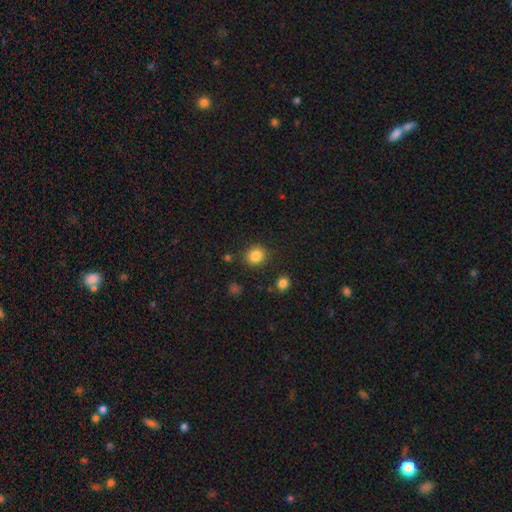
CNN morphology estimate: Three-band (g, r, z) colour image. It shows a smooth galaxy with no disk features (84%) that is round (82%). Merging: none (87%).